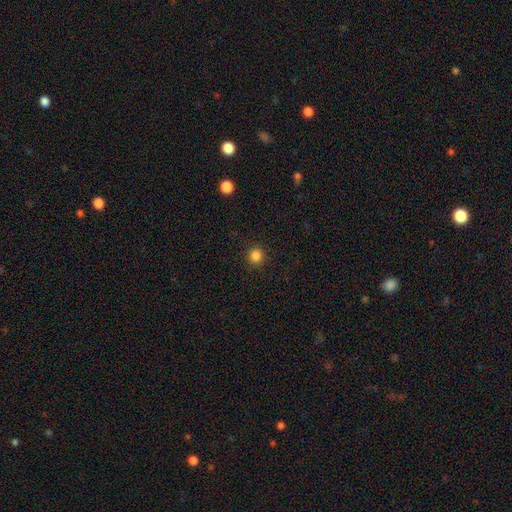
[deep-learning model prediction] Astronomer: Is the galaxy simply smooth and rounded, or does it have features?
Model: smooth — 85%.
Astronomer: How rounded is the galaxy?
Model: round — 92%.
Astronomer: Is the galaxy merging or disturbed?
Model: none — 91%.